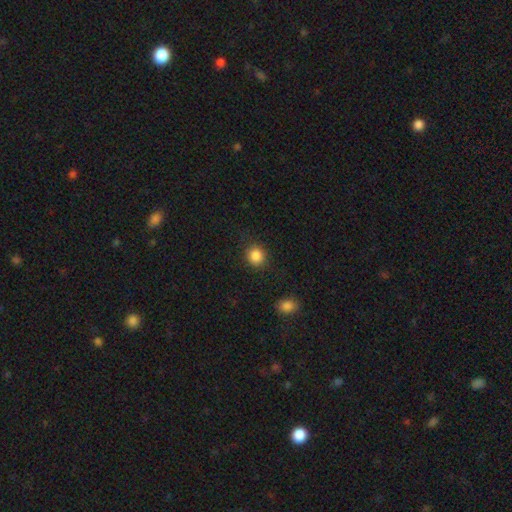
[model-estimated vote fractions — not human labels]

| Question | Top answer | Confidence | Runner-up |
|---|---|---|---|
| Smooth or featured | smooth | 86% | star or artifact (10%) |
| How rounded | round | 86% | in between (13%) |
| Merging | none | 87% | minor disturbance (9%) |